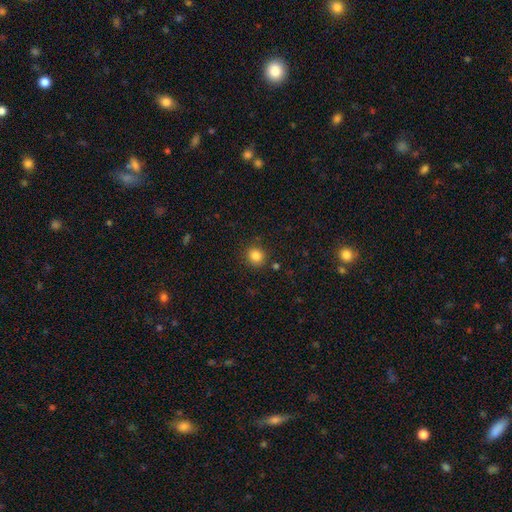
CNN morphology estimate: Smooth or featured?
  - smooth: 84% *
  - star or artifact: 11%
  - featured or disk: 5%
How rounded?
  - round: 88% *
  - in between: 11%
  - cigar-shaped: 1%
Merging?
  - none: 87% *
  - minor disturbance: 8%
  - major disturbance: 3%
  - merger: 3%